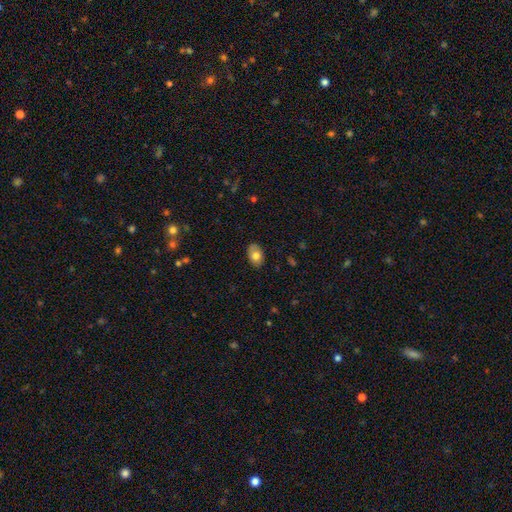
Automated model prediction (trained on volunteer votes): smooth 75%, featured or disk 17%, star or artifact 8%. Down the decision tree: how rounded — in between (85%); merging — none (82%).